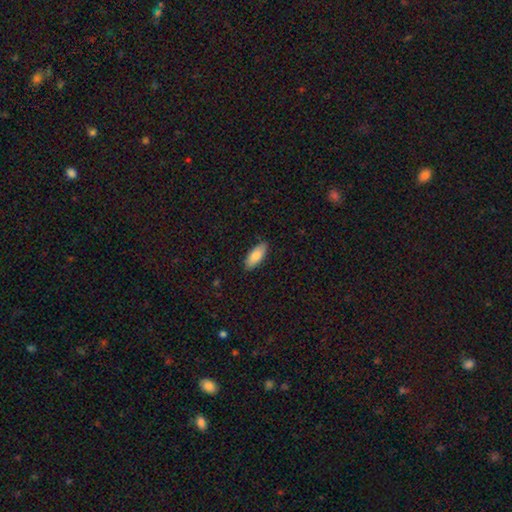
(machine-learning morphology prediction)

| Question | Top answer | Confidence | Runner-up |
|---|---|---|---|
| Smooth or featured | smooth | 80% | featured or disk (13%) |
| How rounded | in between | 83% | cigar-shaped (15%) |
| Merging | none | 87% | minor disturbance (10%) |